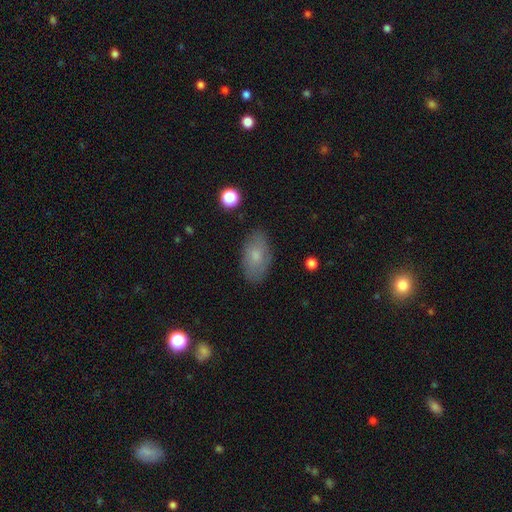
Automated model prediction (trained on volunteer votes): This appears to be a smooth galaxy with no disk features (71%) that is in between round and cigar-shaped (93%). Merging: none (82%).